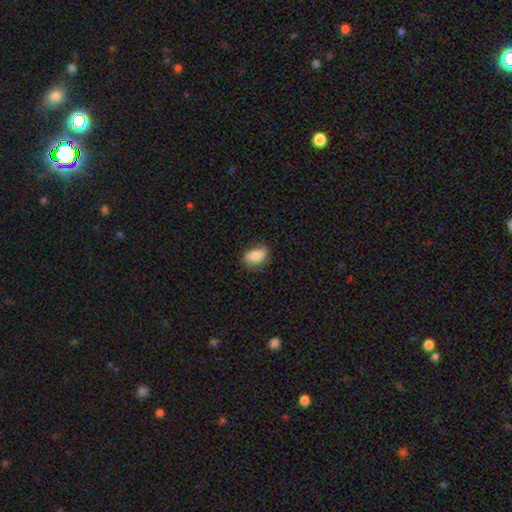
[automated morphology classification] A smooth galaxy with no disk features (80%) that is in between round and cigar-shaped (88%). Merging: none (70%).